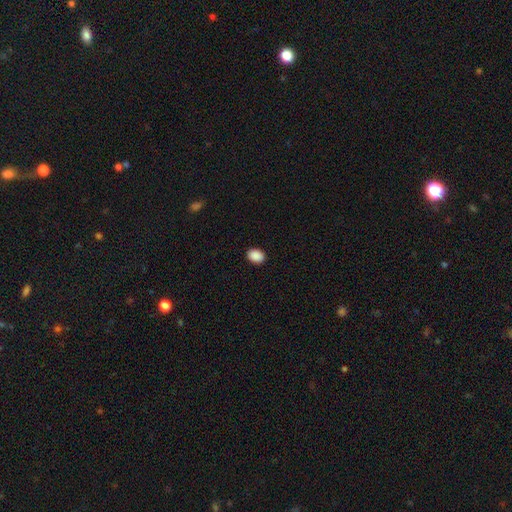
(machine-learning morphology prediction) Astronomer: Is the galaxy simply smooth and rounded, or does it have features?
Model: smooth — 90%.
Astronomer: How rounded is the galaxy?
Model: in between — 67%.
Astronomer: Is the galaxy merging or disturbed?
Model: none — 91%.